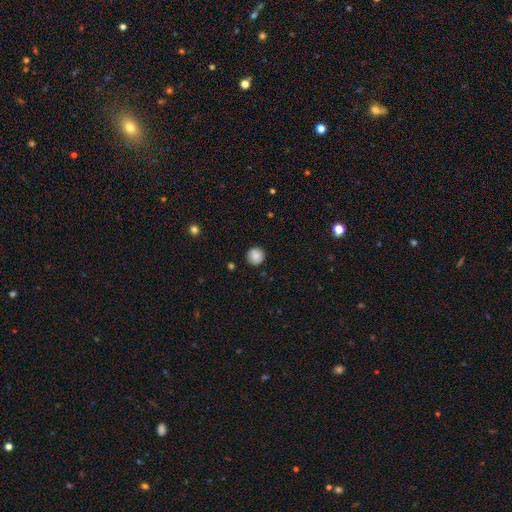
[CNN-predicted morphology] Smooth or featured? Predicted: smooth (p=0.86). How rounded? Predicted: round (p=0.95). Merging? Predicted: none (p=0.89).